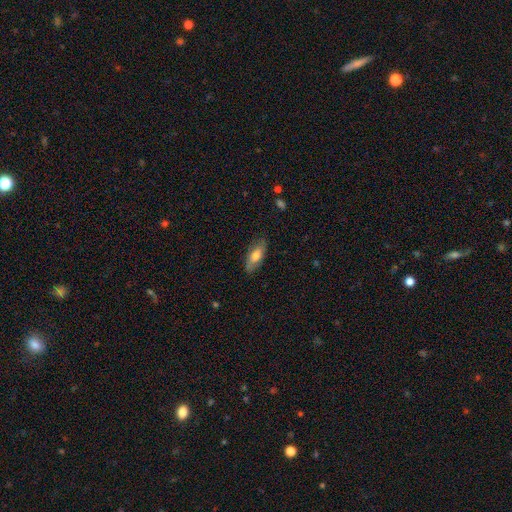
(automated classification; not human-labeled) Smooth or featured? Predicted: smooth (p=0.69). How rounded? Predicted: in between (p=0.75). Merging? Predicted: none (p=0.81).